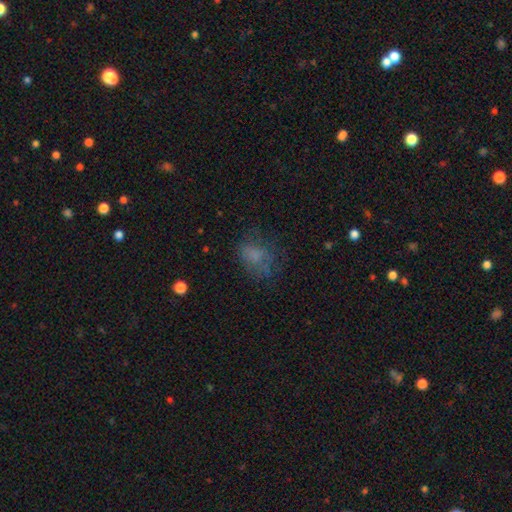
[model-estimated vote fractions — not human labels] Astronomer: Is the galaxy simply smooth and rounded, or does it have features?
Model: smooth — 60%.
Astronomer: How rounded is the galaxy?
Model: in between — 64%.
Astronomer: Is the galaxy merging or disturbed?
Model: none — 53%.